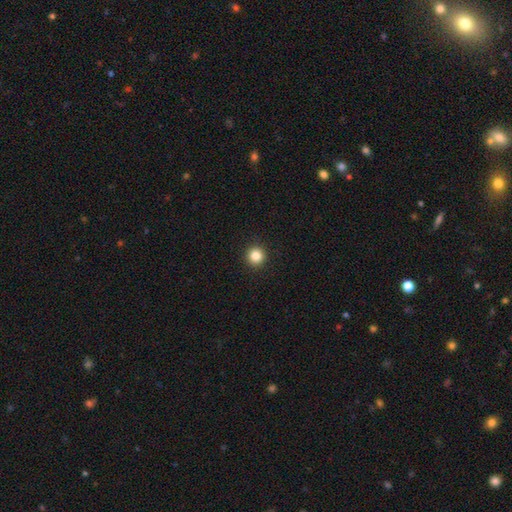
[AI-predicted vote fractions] Q: Smooth or featured?
A: smooth (85%); runner-up: star or artifact (11%)
Q: How rounded?
A: round (96%); runner-up: in between (3%)
Q: Merging?
A: none (93%); runner-up: minor disturbance (4%)